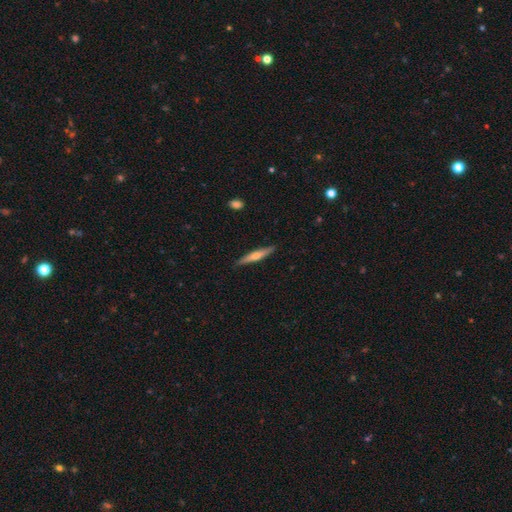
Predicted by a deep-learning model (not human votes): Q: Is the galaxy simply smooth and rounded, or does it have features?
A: featured or disk — 48%.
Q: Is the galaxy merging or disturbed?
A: none — 89%.